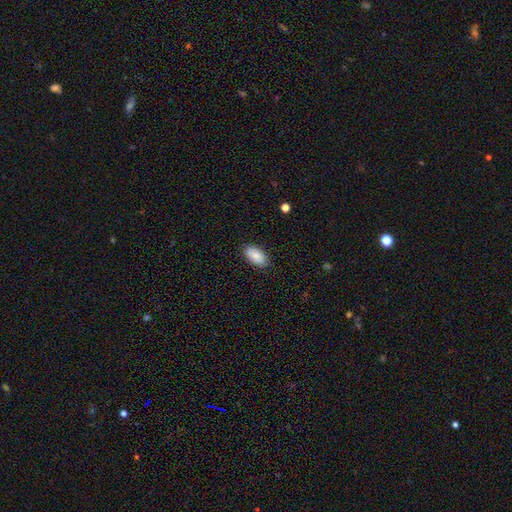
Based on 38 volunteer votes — This is clearly a smooth galaxy (87%). How rounded: clearly in between (97%). Merging: clearly none (89%).